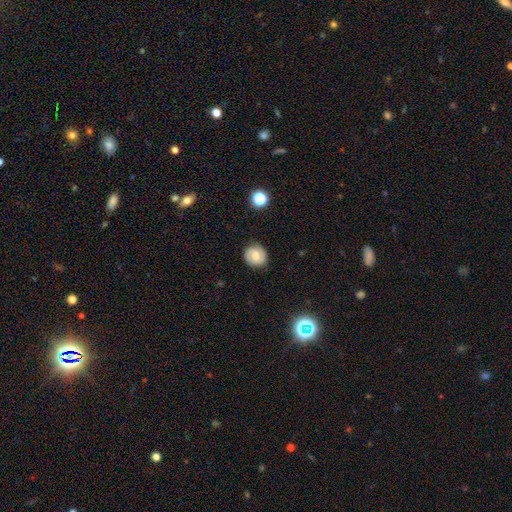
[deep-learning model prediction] smooth_or_featured: smooth (p=0.55) [alt: featured or disk p=0.36]
how_rounded: round (p=0.84) [alt: in between p=0.15]
merging: none (p=0.85) [alt: minor disturbance p=0.11]